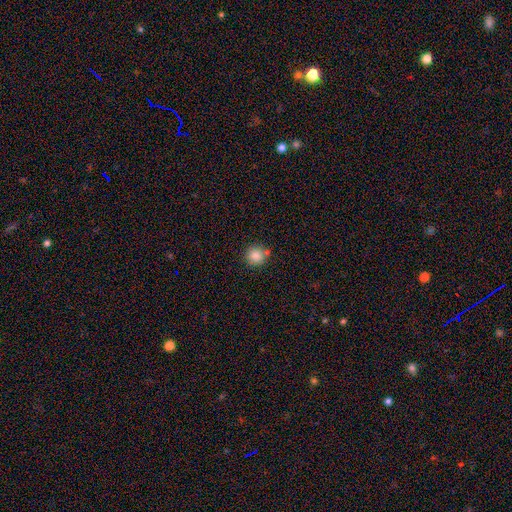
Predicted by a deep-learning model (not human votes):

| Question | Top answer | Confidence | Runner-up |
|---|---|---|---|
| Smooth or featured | smooth | 85% | star or artifact (10%) |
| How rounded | round | 93% | in between (6%) |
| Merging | none | 76% | merger (11%) |